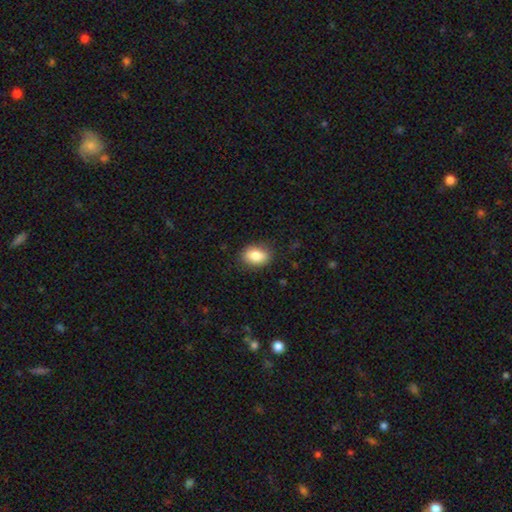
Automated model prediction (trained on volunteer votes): The model was most divided on "how rounded": in between: 77%, round: 21%, cigar-shaped: 2%. More confident: merging — none (86%); smooth or featured — smooth (84%).